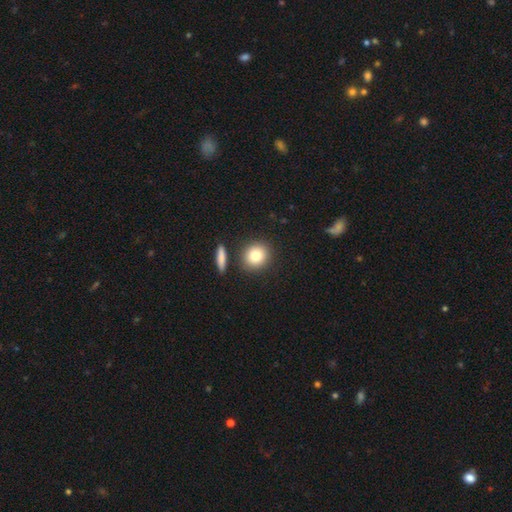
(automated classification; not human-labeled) The model was most divided on "how rounded": round: 80%, in between: 18%, cigar-shaped: 2%. More confident: merging — none (83%); smooth or featured — smooth (82%).